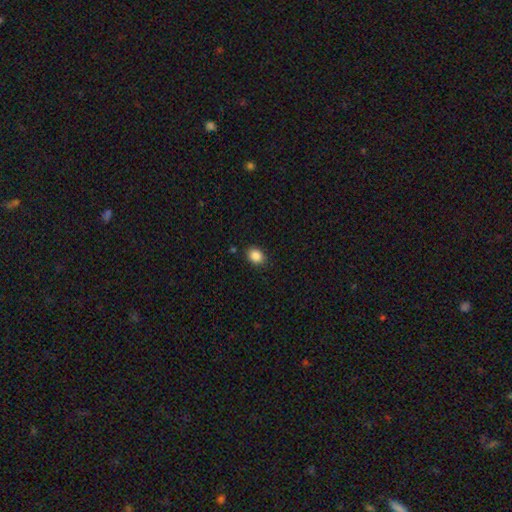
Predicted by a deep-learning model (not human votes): A smooth galaxy with no disk features (87%) that is in between round and cigar-shaped (63%). Merging: none (87%).